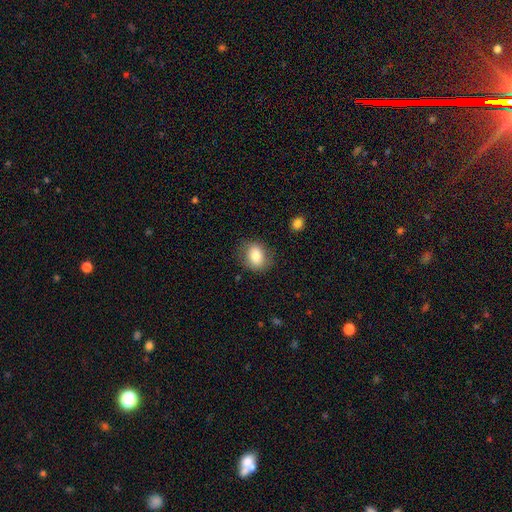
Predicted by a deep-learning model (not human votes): Smooth or featured? Predicted: smooth (p=0.80). How rounded? Predicted: in between (p=0.51). Merging? Predicted: none (p=0.78).